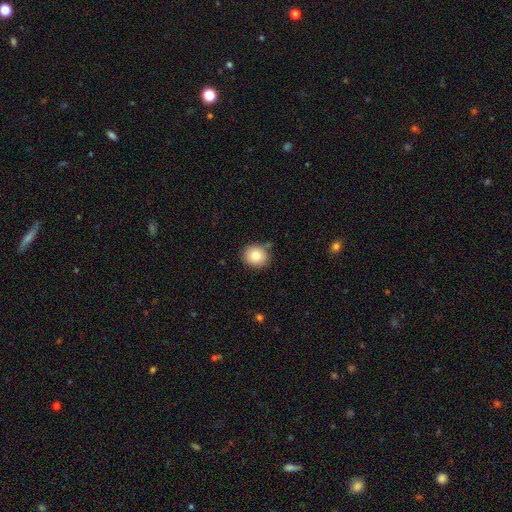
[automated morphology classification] type=smooth (79%); roundness=round (86%); merging=none (80%).